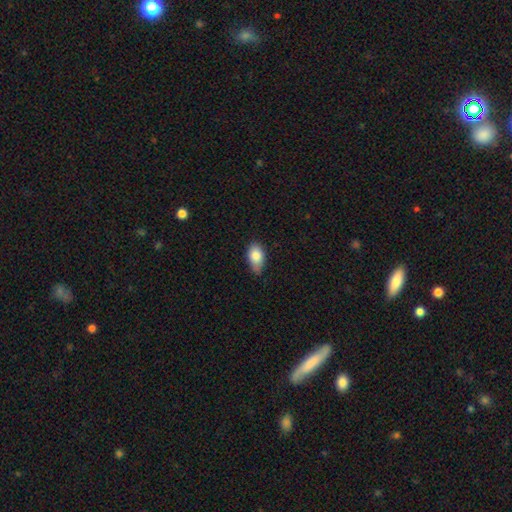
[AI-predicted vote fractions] This appears to be a smooth galaxy with no disk features (83%) that is in between round and cigar-shaped (89%). Merging: none (57%).